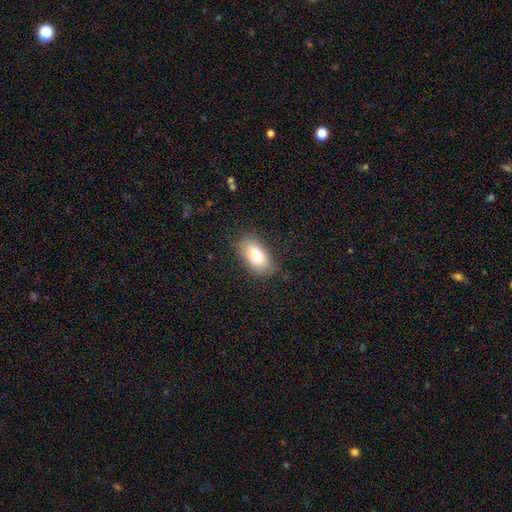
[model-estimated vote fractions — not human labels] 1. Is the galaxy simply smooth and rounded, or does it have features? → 76% smooth, 16% featured or disk, 8% star or artifact.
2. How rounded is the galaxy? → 91% in between, 5% round, 3% cigar-shaped.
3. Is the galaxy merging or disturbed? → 82% none, 14% minor disturbance, 4% major disturbance, 1% merger.